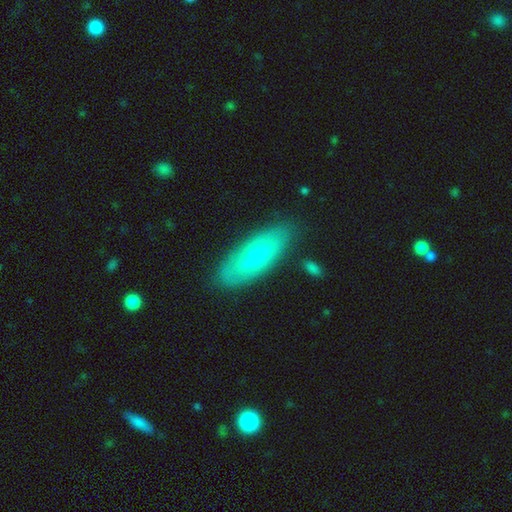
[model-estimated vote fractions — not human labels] smooth-or-featured: smooth: 52% | featured or disk: 41% | star or artifact: 7%
  how-rounded: in between: 68% | cigar-shaped: 29% | round: 3%
  merging: none: 85% | minor disturbance: 11% | major disturbance: 2% | merger: 2%